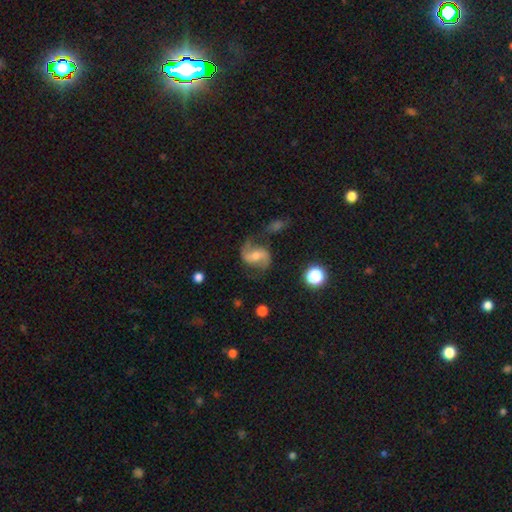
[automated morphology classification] A featured or disk galaxy (79%) with a weak bar (45%), 2 (91%) loose (48%) spiral arms (94%) and a moderate central bulge (55%).

Vote fractions:
- Smooth or featured? featured or disk: 79% / smooth: 13% / star or artifact: 7%
- Edge-on disk? no: 98% / yes: 2%
- Bar? weak: 45% / no: 30% / strong: 25%
- Spiral arms? yes: 94% / no: 6%
- Spiral winding? loose: 48% / medium: 42% / tight: 10%
- Spiral arm count? 2: 91% / can't tell: 3% / 1: 3% / 3: 1% / 4: 1% / more than 4: 1%
- Bulge size? moderate: 55% / small: 32% / large: 7% / none: 5% / dominant: 1%
- Merging? none: 65% / minor disturbance: 18% / major disturbance: 12% / merger: 5%